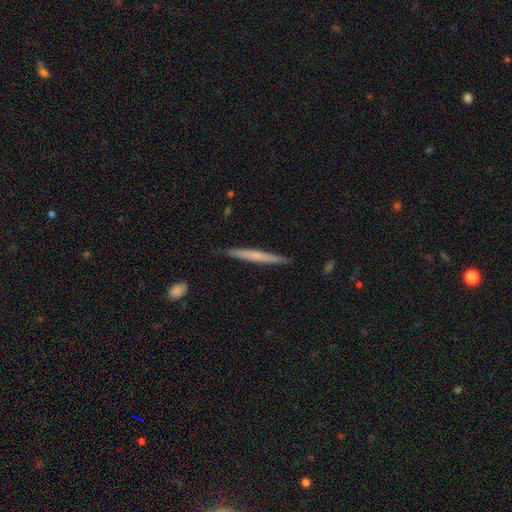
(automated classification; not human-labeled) smooth 52%, featured or disk 42%, star or artifact 5%. Down the decision tree: how rounded — cigar-shaped (97%); merging — none (89%).